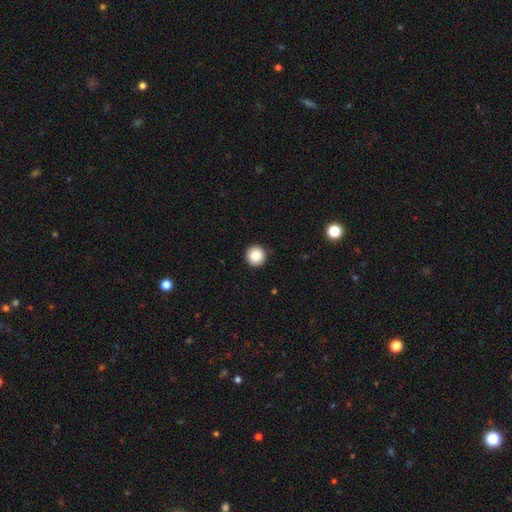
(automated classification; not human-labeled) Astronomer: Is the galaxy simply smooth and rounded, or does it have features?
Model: smooth — 86%.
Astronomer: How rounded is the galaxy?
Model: round — 95%.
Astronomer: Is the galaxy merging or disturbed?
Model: none — 92%.